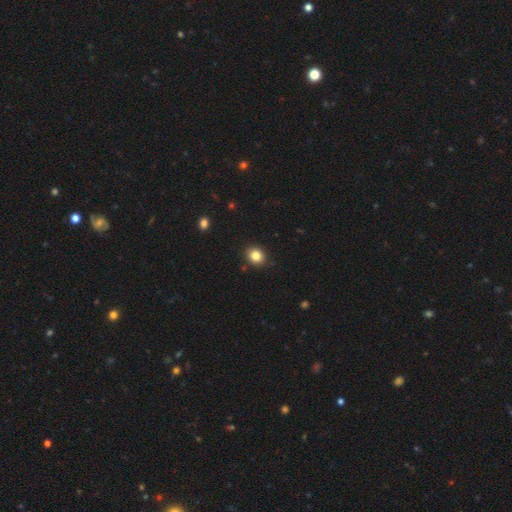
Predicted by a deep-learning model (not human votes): A smooth galaxy with no disk features (84%) that is round (75%).

Vote fractions:
- Smooth or featured? smooth: 84% / star or artifact: 11% / featured or disk: 6%
- How rounded? round: 75% / in between: 24% / cigar-shaped: 1%
- Merging? none: 90% / minor disturbance: 7% / major disturbance: 2% / merger: 1%